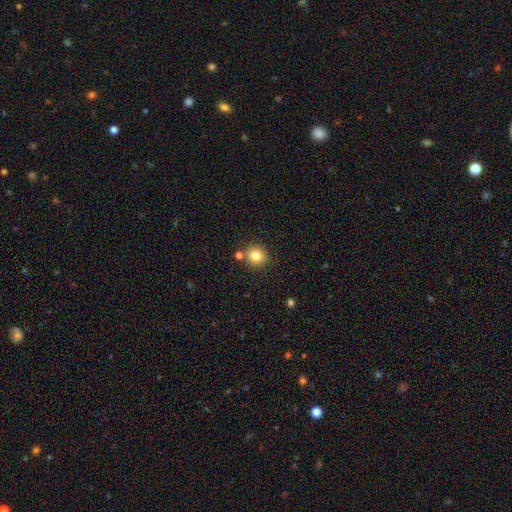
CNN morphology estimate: Smooth or featured?
  - smooth: 82% *
  - star or artifact: 11%
  - featured or disk: 7%
How rounded?
  - round: 91% *
  - in between: 8%
  - cigar-shaped: 1%
Merging?
  - none: 83% *
  - merger: 8%
  - minor disturbance: 7%
  - major disturbance: 2%